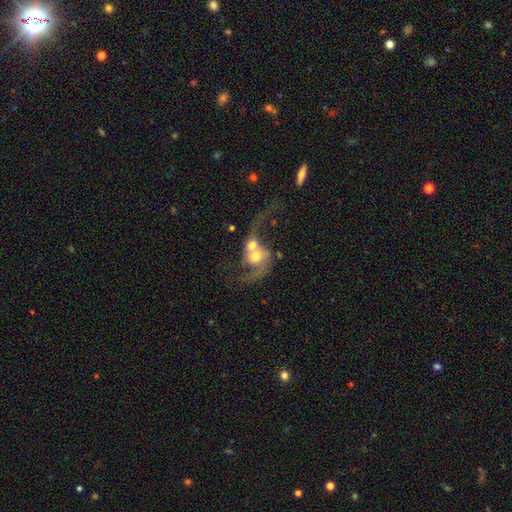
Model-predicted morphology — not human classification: type=featured or disk (67%); edge-on=no (96%); bar=no (71%); spiral arms=yes (83%); winding=loose (78%); arm count=2 (74%); bulge=moderate (53%); merging=merger (73%).